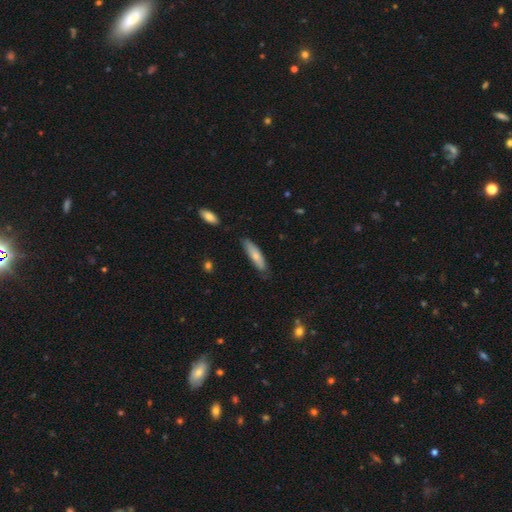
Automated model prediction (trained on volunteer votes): smooth-or-featured: smooth: 70% | featured or disk: 25% | star or artifact: 6%
  how-rounded: cigar-shaped: 68% | in between: 30% | round: 2%
  merging: none: 73% | minor disturbance: 21% | major disturbance: 4% | merger: 2%